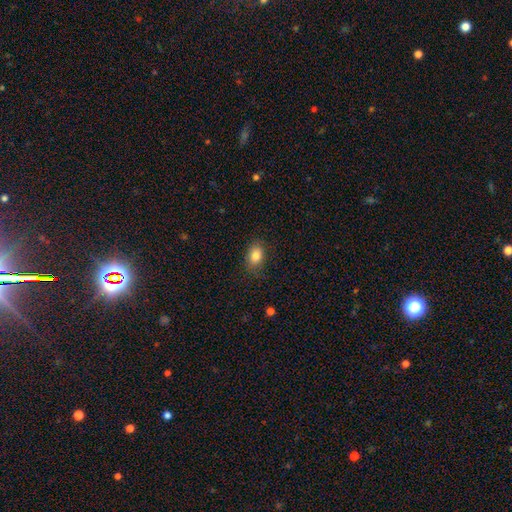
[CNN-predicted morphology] smooth-or-featured: smooth: 83% | star or artifact: 9% | featured or disk: 8%
  how-rounded: in between: 80% | round: 19% | cigar-shaped: 1%
  merging: none: 82% | minor disturbance: 13% | major disturbance: 3% | merger: 1%